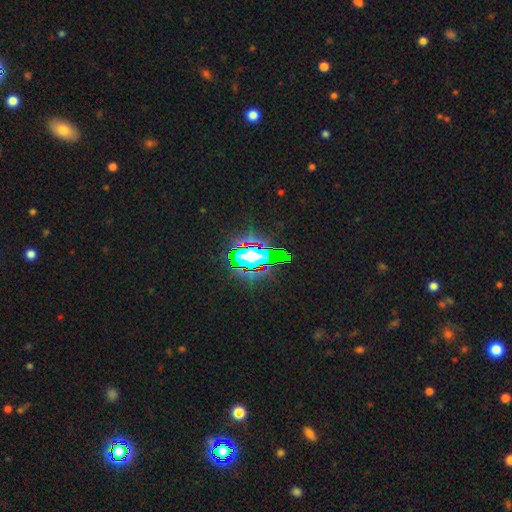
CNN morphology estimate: Overall: star or artifact (59%; smooth 22%).